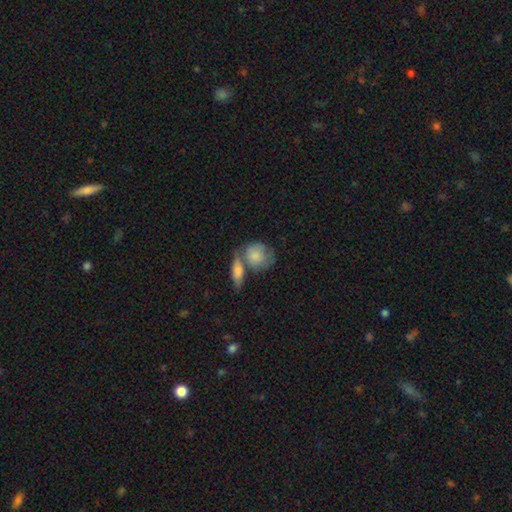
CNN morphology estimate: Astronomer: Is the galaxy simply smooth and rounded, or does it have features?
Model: smooth — 76%.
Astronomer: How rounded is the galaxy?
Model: round — 51% (runner-up: in between, 47%).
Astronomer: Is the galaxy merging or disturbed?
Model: merger — 46% (runner-up: none, 32%).